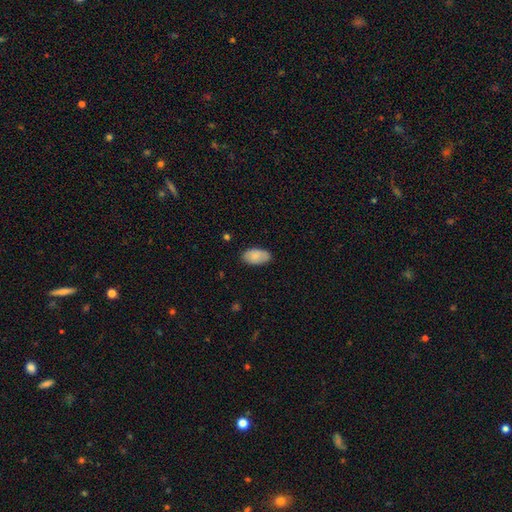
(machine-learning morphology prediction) Smooth or featured? smooth (83%)
How rounded? in between (95%)
Merging? none (83%)